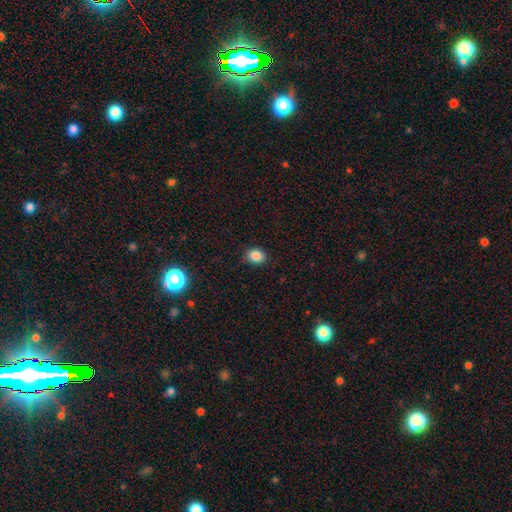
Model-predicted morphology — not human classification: Smooth or featured: smooth — 86% (star or artifact — 10%)
How rounded: round — 55% (in between — 45%)
Merging: none — 85% (minor disturbance — 12%)